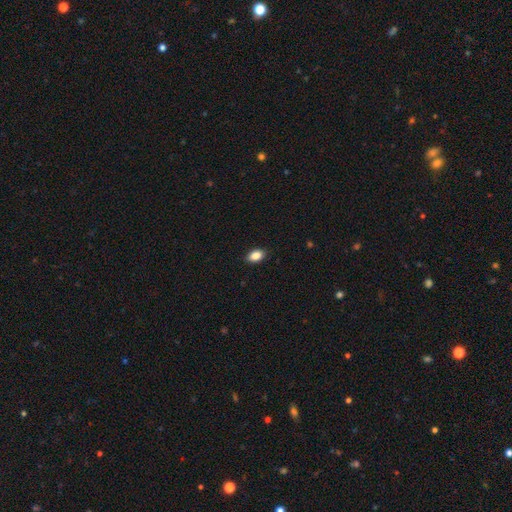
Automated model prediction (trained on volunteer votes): Smooth or featured: smooth — 87% (star or artifact — 8%)
How rounded: in between — 88% (round — 10%)
Merging: none — 89% (minor disturbance — 9%)